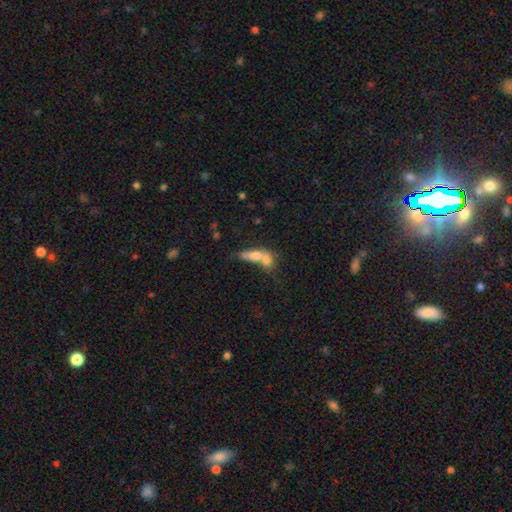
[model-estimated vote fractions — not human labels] This is likely a smooth galaxy (65%). How rounded: possibly in between (55%). Merging: likely merger (67%).